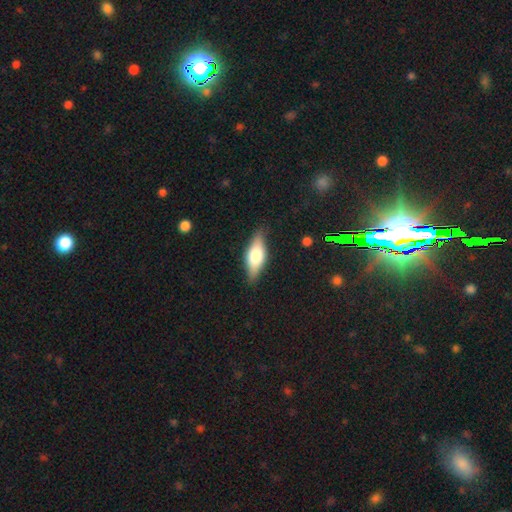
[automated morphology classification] Smooth or featured? Predicted: smooth (p=0.55). How rounded? Predicted: in between (p=0.72). Merging? Predicted: none (p=0.82).